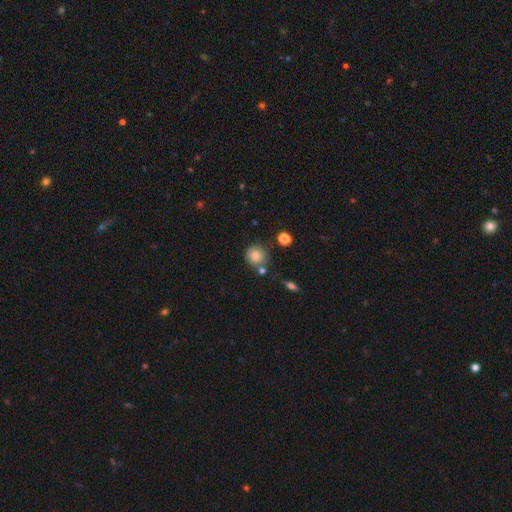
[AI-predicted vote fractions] Smooth or featured?
  - smooth: 83% *
  - star or artifact: 10%
  - featured or disk: 8%
How rounded?
  - round: 88% *
  - in between: 11%
  - cigar-shaped: 1%
Merging?
  - none: 69% *
  - minor disturbance: 17%
  - merger: 10%
  - major disturbance: 5%